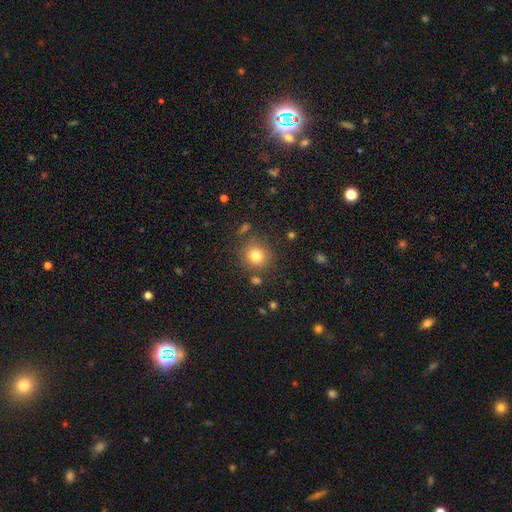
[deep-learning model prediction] smooth 79%, star or artifact 13%, featured or disk 8%. Down the decision tree: how rounded — round (91%); merging — none (81%).